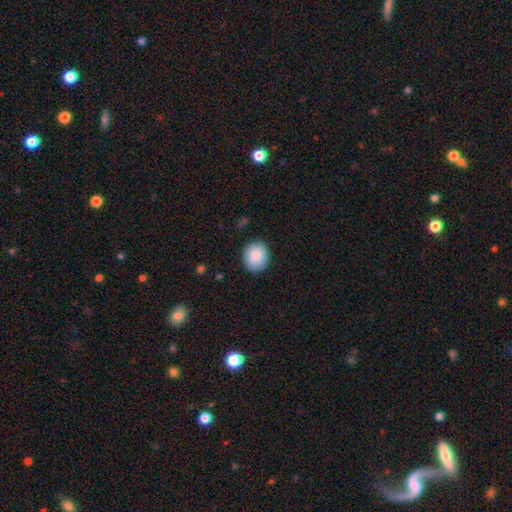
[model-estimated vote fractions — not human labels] Overall: smooth (88%). How rounded: round (78%). Merging: none (87%).